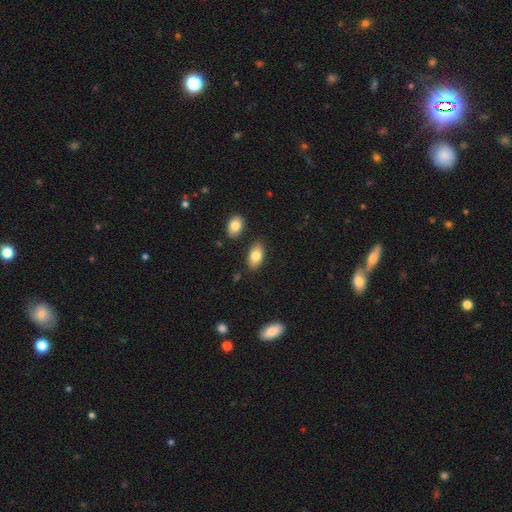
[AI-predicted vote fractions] A smooth galaxy with no disk features (80%) that is in between round and cigar-shaped (93%). Merging: none (83%).